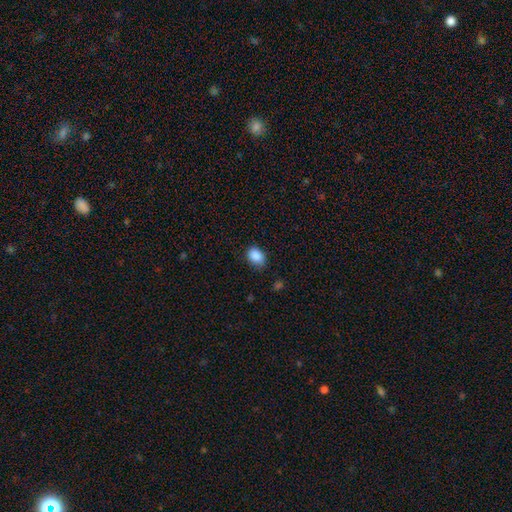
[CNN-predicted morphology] This is clearly a smooth galaxy (87%). How rounded: likely in between (69%). Merging: likely none (75%).